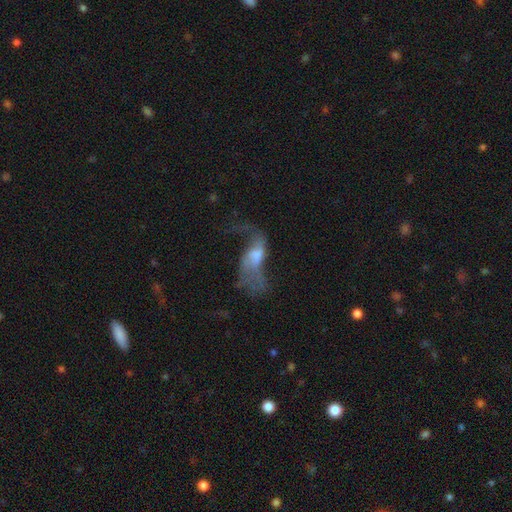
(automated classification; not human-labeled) Smooth or featured: featured or disk — 64% (smooth — 24%)
Edge-on disk: no — 92% (yes — 8%)
Bar: no — 54% (weak — 36%)
Spiral arms: yes — 65% (no — 35%)
Bulge size: moderate — 36% (small — 32%)
Merging: major disturbance — 50% (none — 26%)